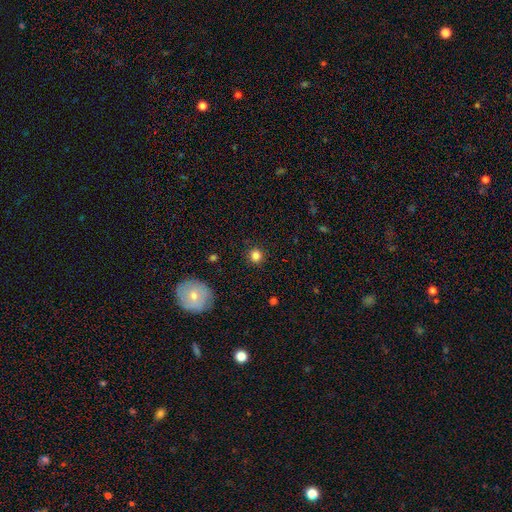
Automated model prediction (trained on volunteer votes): smooth-or-featured: smooth: 84% | star or artifact: 12% | featured or disk: 5%
  how-rounded: round: 91% | in between: 8% | cigar-shaped: 1%
  merging: none: 89% | minor disturbance: 7% | major disturbance: 2% | merger: 1%